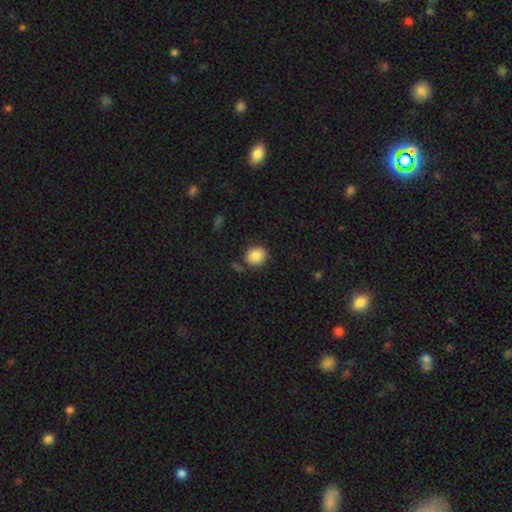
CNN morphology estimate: Q: Smooth or featured?
A: smooth (85%); runner-up: star or artifact (9%)
Q: How rounded?
A: round (72%); runner-up: in between (27%)
Q: Merging?
A: none (81%); runner-up: minor disturbance (11%)